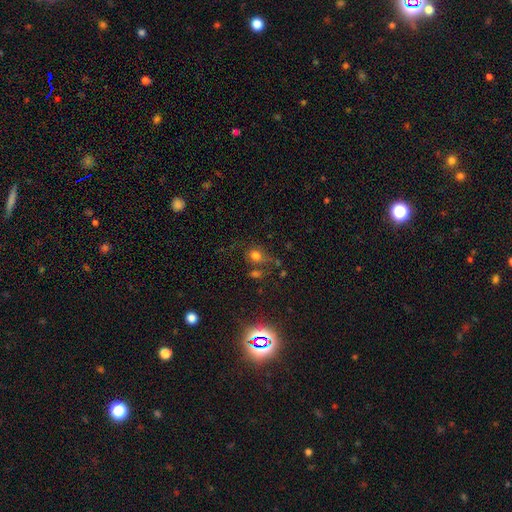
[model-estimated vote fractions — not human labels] smooth 68%, star or artifact 19%, featured or disk 13%. Down the decision tree: how rounded — round (64%); merging — none (53%).